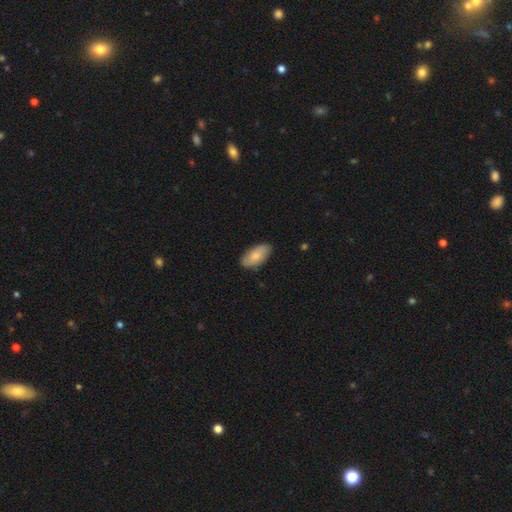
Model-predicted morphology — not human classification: A smooth galaxy with no disk features (77%) that is in between round and cigar-shaped (94%).

Vote fractions:
- Smooth or featured? smooth: 77% / featured or disk: 17% / star or artifact: 5%
- How rounded? in between: 94% / cigar-shaped: 3% / round: 2%
- Merging? none: 83% / minor disturbance: 14% / major disturbance: 2% / merger: 1%